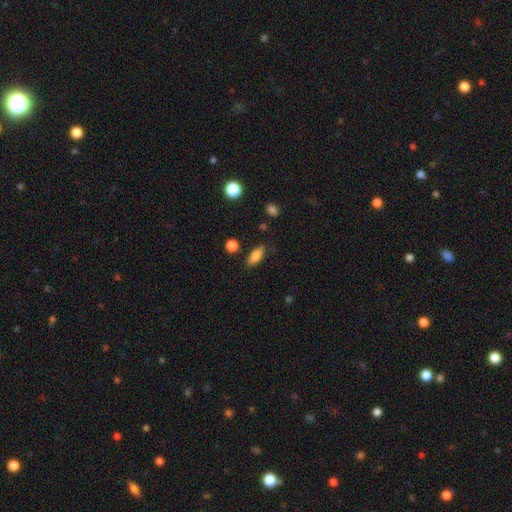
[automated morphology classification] A smooth galaxy with no disk features (82%) that is in between round and cigar-shaped (74%).

Vote fractions:
- Smooth or featured? smooth: 82% / featured or disk: 11% / star or artifact: 8%
- How rounded? in between: 74% / cigar-shaped: 22% / round: 4%
- Merging? none: 81% / minor disturbance: 14% / major disturbance: 3% / merger: 3%